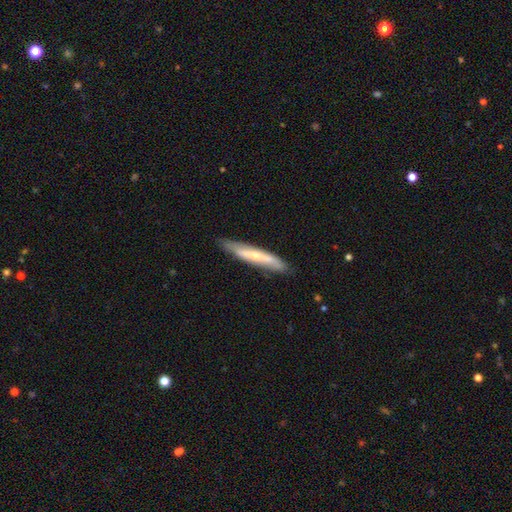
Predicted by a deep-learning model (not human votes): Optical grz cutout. It shows a featured or disk galaxy (54%) viewed edge-on (70%). Merging: none (78%).